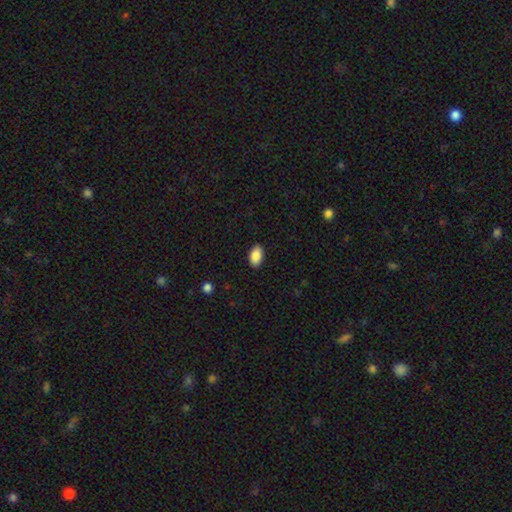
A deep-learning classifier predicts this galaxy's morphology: A smooth galaxy with no disk features (88%) that is in between round and cigar-shaped (94%). Merging: none (89%).